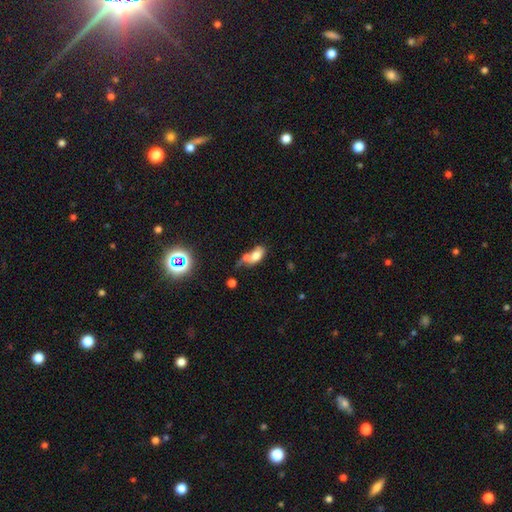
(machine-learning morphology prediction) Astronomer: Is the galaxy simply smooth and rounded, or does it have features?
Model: smooth — 68%.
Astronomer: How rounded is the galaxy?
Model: in between — 82%.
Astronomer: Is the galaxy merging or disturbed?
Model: merger — 58%.